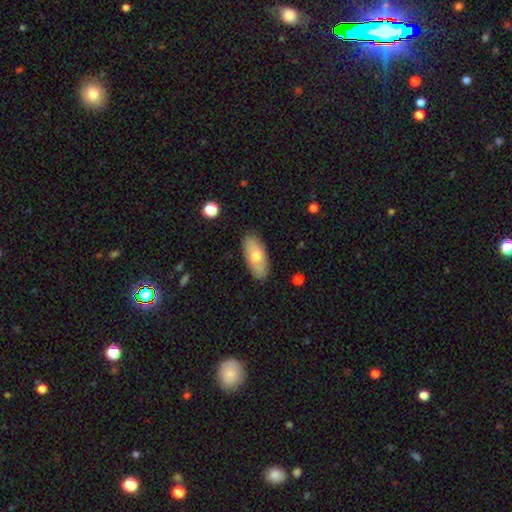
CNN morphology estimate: Smooth or featured? smooth (60%)
How rounded? in between (88%)
Merging? none (85%)